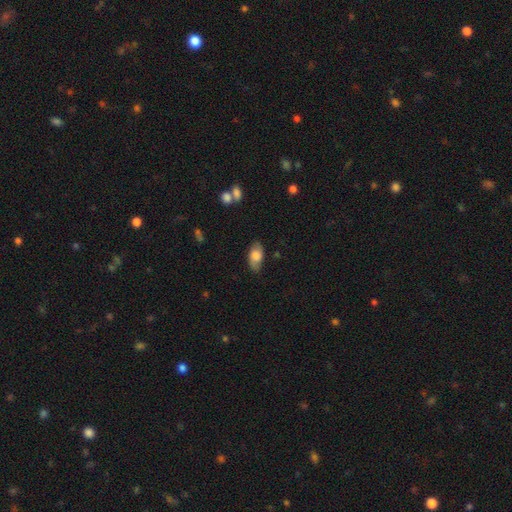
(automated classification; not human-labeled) Morphology: type=smooth (67%); roundness=in between (92%); merging=none (75%).